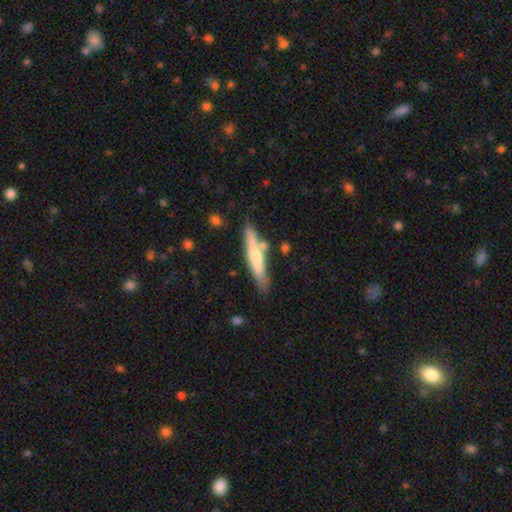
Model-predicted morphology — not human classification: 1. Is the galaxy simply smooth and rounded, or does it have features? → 50% smooth, 45% featured or disk, 6% star or artifact.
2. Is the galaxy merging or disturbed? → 73% none, 14% minor disturbance, 10% merger, 3% major disturbance.